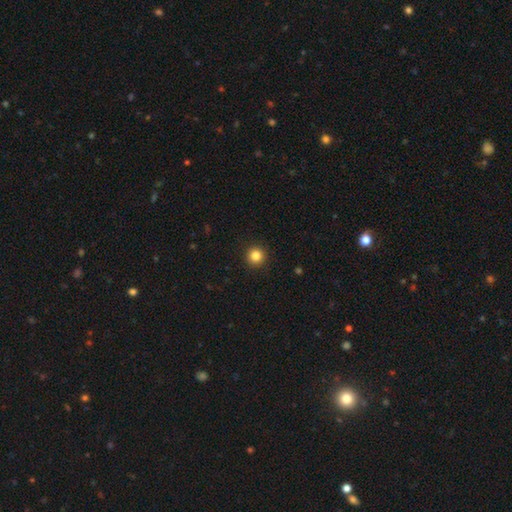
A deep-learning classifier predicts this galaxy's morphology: Q: Smooth or featured?
A: smooth (84%); runner-up: star or artifact (12%)
Q: How rounded?
A: round (96%); runner-up: in between (3%)
Q: Merging?
A: none (93%); runner-up: minor disturbance (5%)